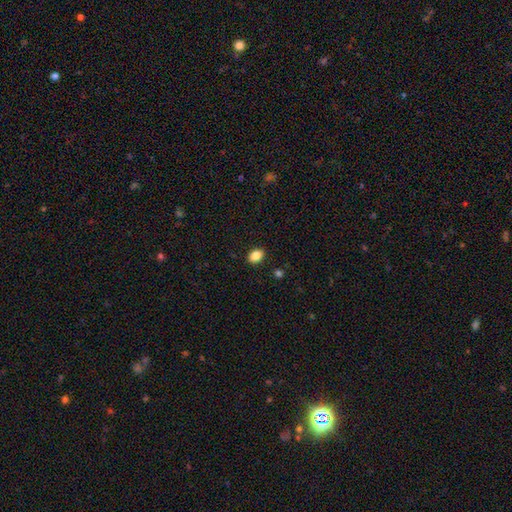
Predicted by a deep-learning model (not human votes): Morphology: type=smooth (86%); roundness=in between (73%); merging=none (90%).